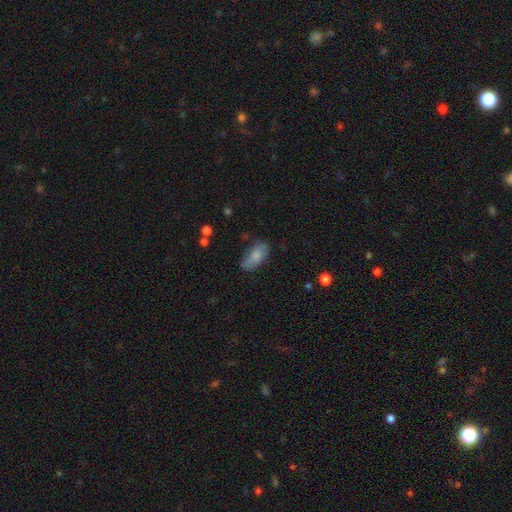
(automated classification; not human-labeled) Smooth or featured? Predicted: smooth (p=0.76). How rounded? Predicted: in between (p=0.88). Merging? Predicted: none (p=0.65).